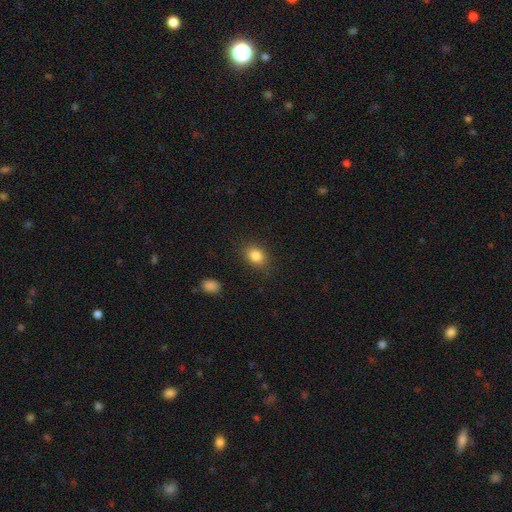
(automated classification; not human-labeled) Smooth or featured? smooth (85%)
How rounded? in between (67%)
Merging? none (85%)